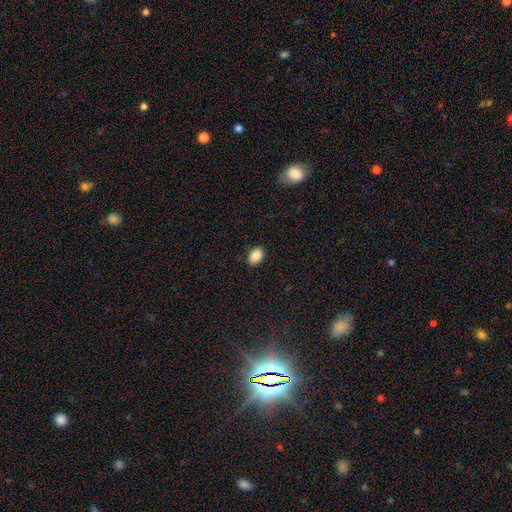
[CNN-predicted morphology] Smooth or featured?
  - smooth: 88% *
  - star or artifact: 8%
  - featured or disk: 4%
How rounded?
  - in between: 78% *
  - round: 21%
  - cigar-shaped: 1%
Merging?
  - none: 88% *
  - minor disturbance: 9%
  - major disturbance: 2%
  - merger: 1%